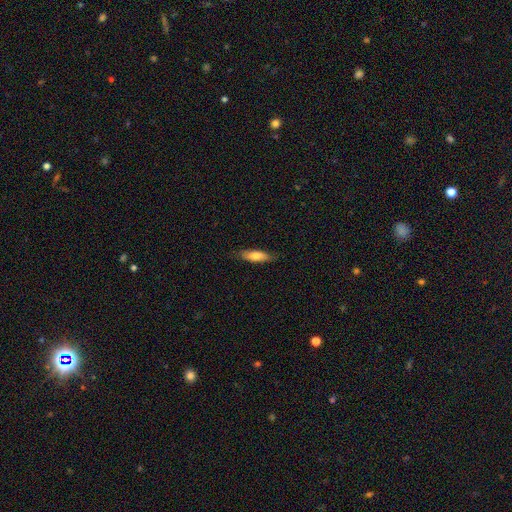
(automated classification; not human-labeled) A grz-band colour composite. It shows a smooth galaxy with no disk features (73%) that is in between round and cigar-shaped (50%). Merging: none (81%).